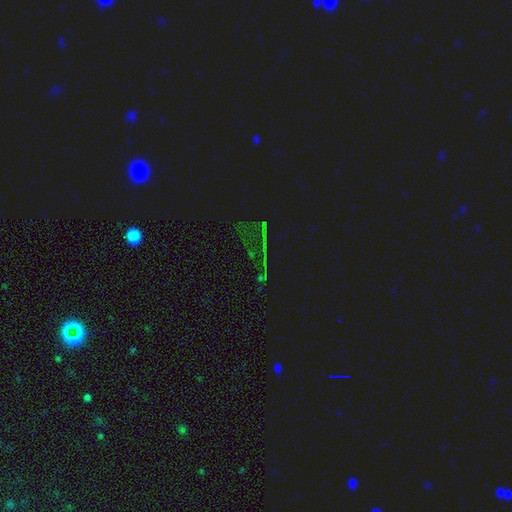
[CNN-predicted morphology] smooth-or-featured: star or artifact: 77% | smooth: 13% | featured or disk: 9%